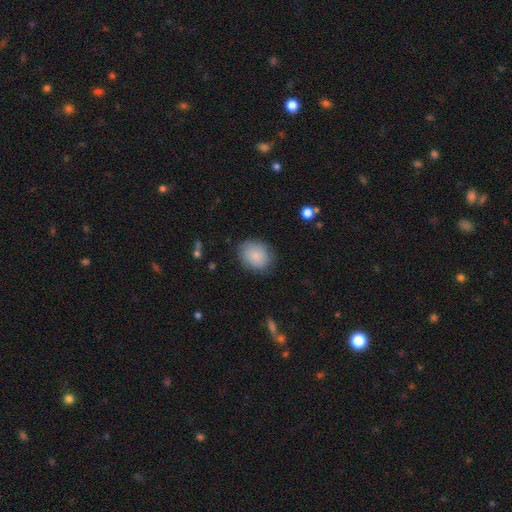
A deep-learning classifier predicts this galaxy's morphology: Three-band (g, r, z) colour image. It shows a smooth galaxy with no disk features (86%) that is round (58%). Merging: none (82%).